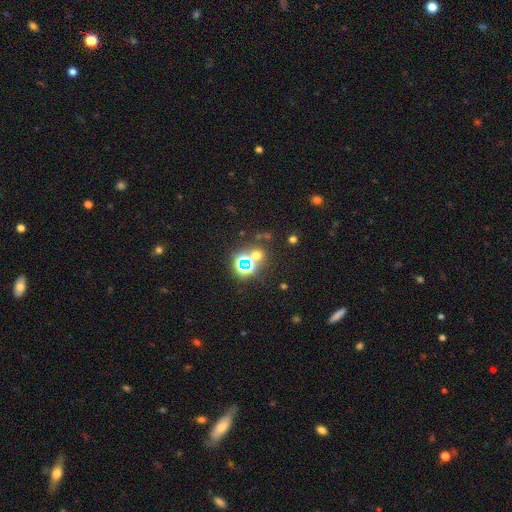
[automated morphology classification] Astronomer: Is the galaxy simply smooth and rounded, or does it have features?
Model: star or artifact — 50% (runner-up: smooth, 40%).